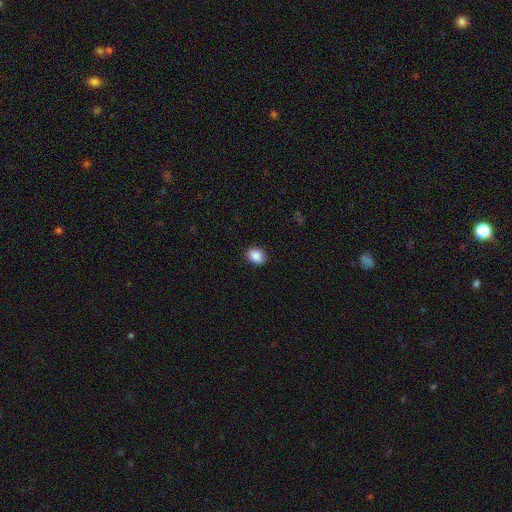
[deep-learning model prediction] smooth-or-featured: smooth: 89% | star or artifact: 8% | featured or disk: 3%
  how-rounded: in between: 63% | round: 36% | cigar-shaped: 1%
  merging: none: 88% | minor disturbance: 9% | major disturbance: 2% | merger: 1%